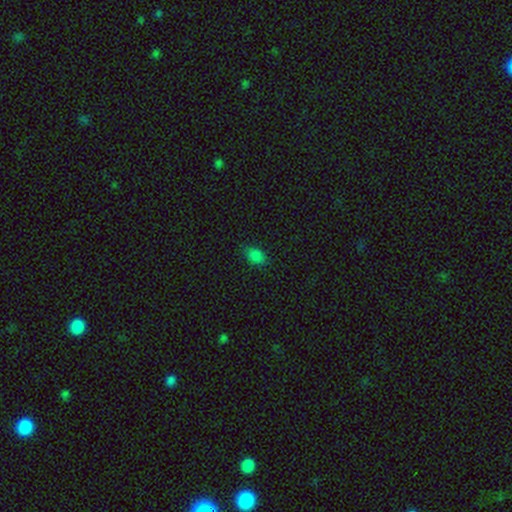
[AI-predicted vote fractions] smooth 82%, star or artifact 14%, featured or disk 4%. Down the decision tree: how rounded — in between (83%); merging — none (81%).